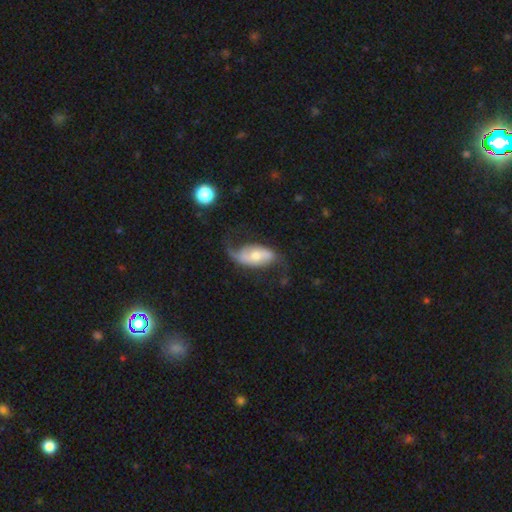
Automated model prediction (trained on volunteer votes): A featured or disk galaxy (70%) with no bar (53%), 2 (76%) loose (66%) spiral arms (88%) and a moderate central bulge (53%).

Vote fractions:
- Smooth or featured? featured or disk: 70% / smooth: 24% / star or artifact: 6%
- Edge-on disk? no: 93% / yes: 7%
- Bar? no: 53% / weak: 32% / strong: 15%
- Spiral arms? yes: 88% / no: 12%
- Spiral winding? loose: 66% / medium: 25% / tight: 9%
- Spiral arm count? 2: 76% / 1: 15% / can't tell: 6% / 3: 1% / 4: 1% / more than 4: 1%
- Bulge size? moderate: 53% / small: 37% / large: 6% / none: 2% / dominant: 1%
- Merging? none: 46% / minor disturbance: 26% / major disturbance: 26% / merger: 3%